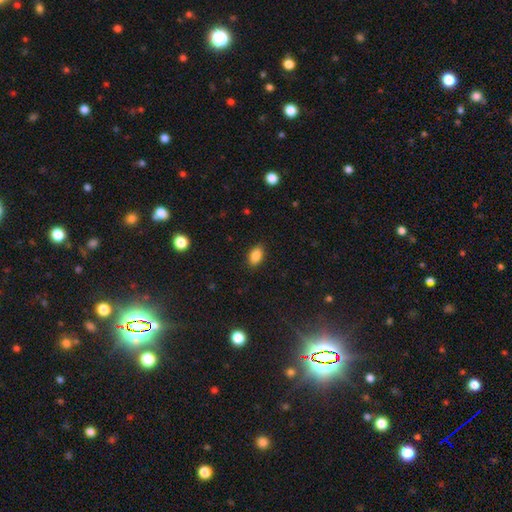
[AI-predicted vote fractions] Morphology: type=smooth (86%); roundness=in between (87%); merging=none (87%).